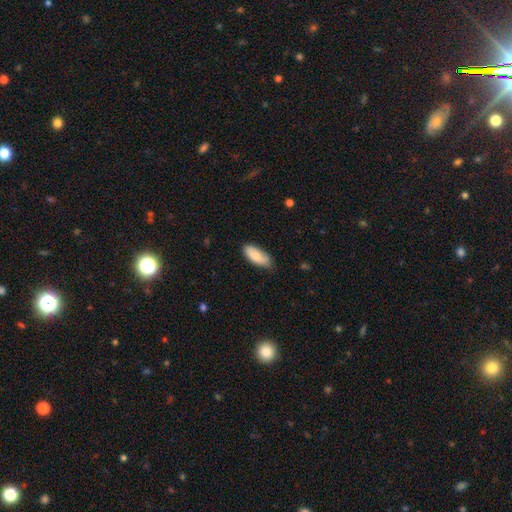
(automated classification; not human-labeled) A smooth galaxy with no disk features (85%) that is in between round and cigar-shaped (83%).

Vote fractions:
- Smooth or featured? smooth: 85% / featured or disk: 9% / star or artifact: 6%
- How rounded? in between: 83% / cigar-shaped: 16% / round: 2%
- Merging? none: 72% / minor disturbance: 23% / major disturbance: 3% / merger: 1%